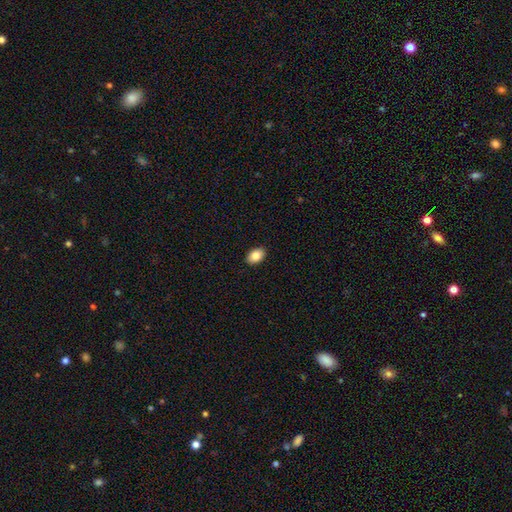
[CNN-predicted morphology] A smooth galaxy with no disk features (84%) that is in between round and cigar-shaped (86%).

Vote fractions:
- Smooth or featured? smooth: 84% / featured or disk: 8% / star or artifact: 8%
- How rounded? in between: 86% / round: 13% / cigar-shaped: 1%
- Merging? none: 91% / minor disturbance: 7% / major disturbance: 2% / merger: 1%